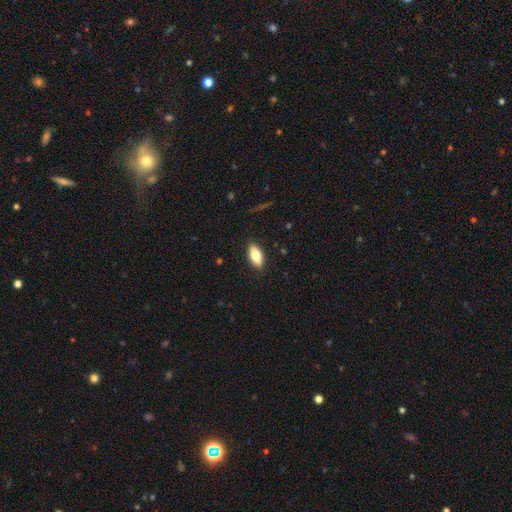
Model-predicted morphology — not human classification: The model was most divided on "smooth or featured": smooth: 75%, featured or disk: 18%, star or artifact: 7%. More confident: merging — none (88%); how rounded — in between (83%).